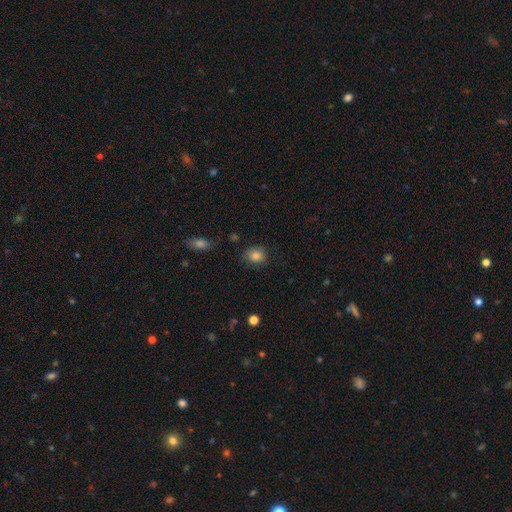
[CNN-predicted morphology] Smooth or featured: smooth — 84% (star or artifact — 10%)
How rounded: round — 64% (in between — 35%)
Merging: none — 77% (minor disturbance — 17%)